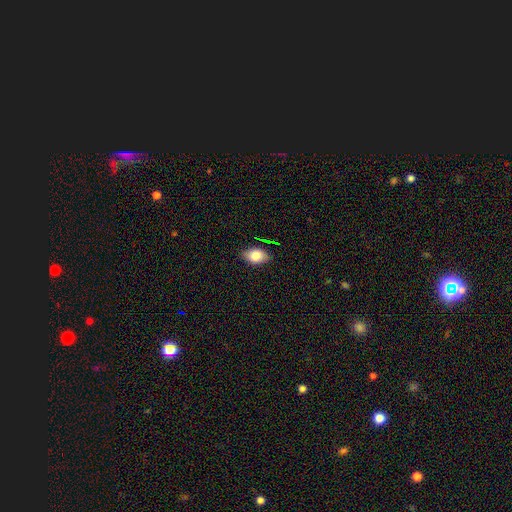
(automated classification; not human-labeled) Smooth or featured? Predicted: smooth (p=0.79). How rounded? Predicted: in between (p=0.85). Merging? Predicted: none (p=0.82).